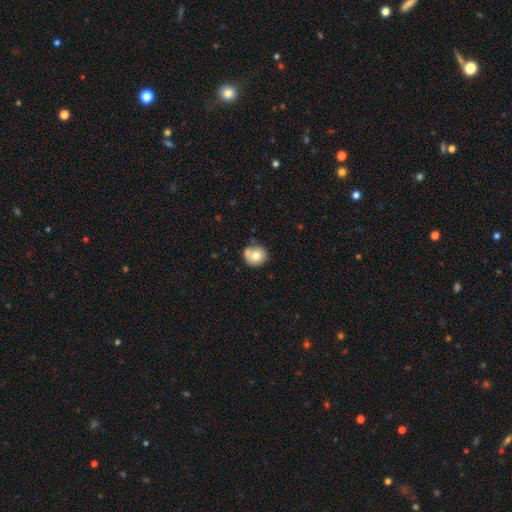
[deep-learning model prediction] Q: Smooth or featured?
A: smooth (73%); runner-up: featured or disk (19%)
Q: How rounded?
A: round (85%); runner-up: in between (14%)
Q: Merging?
A: none (60%); runner-up: minor disturbance (22%)